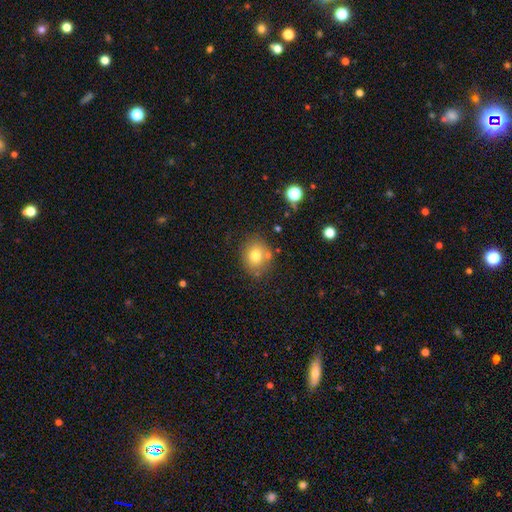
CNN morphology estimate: Smooth or featured: smooth — 74% (featured or disk — 14%)
How rounded: round — 69% (in between — 30%)
Merging: none — 72% (minor disturbance — 15%)